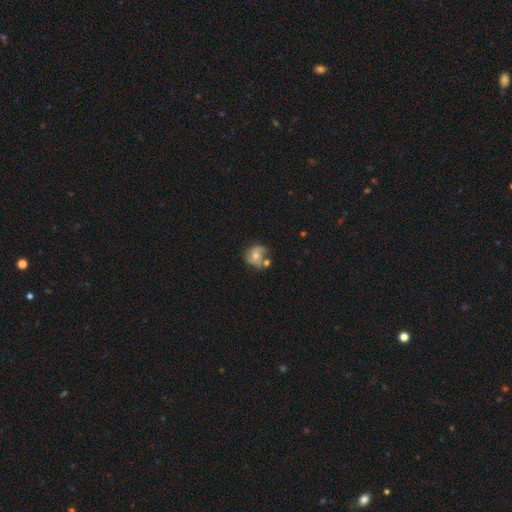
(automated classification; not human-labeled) smooth-or-featured: smooth: 47% | featured or disk: 44% | star or artifact: 9%
  merging: none: 39% | merger: 25% | minor disturbance: 24% | major disturbance: 12%